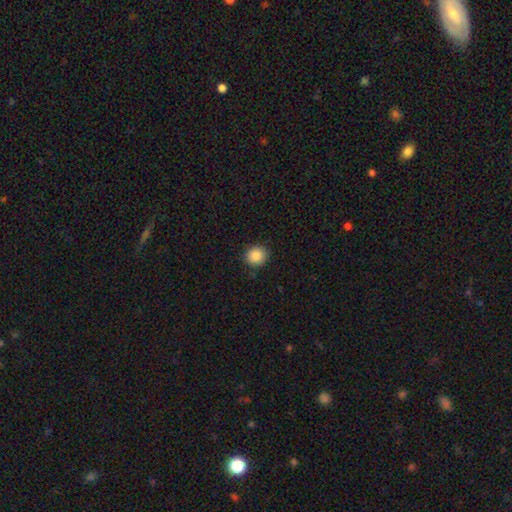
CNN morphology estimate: type=smooth (87%); roundness=round (91%); merging=none (90%).